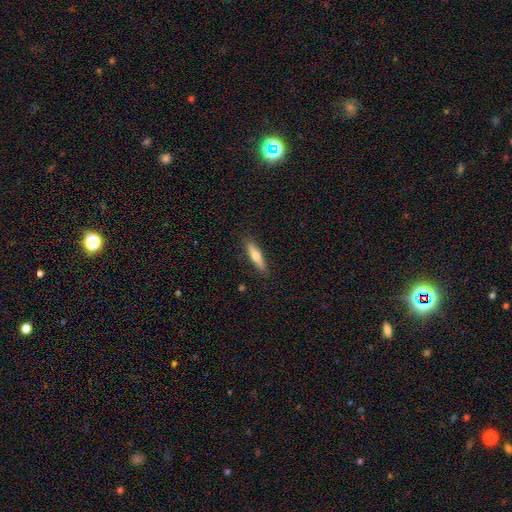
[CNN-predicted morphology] A smooth galaxy with no disk features (57%) that is cigar-shaped (79%).

Vote fractions:
- Smooth or featured? smooth: 57% / featured or disk: 37% / star or artifact: 6%
- How rounded? cigar-shaped: 79% / in between: 19% / round: 2%
- Merging? none: 88% / minor disturbance: 9% / major disturbance: 2% / merger: 1%